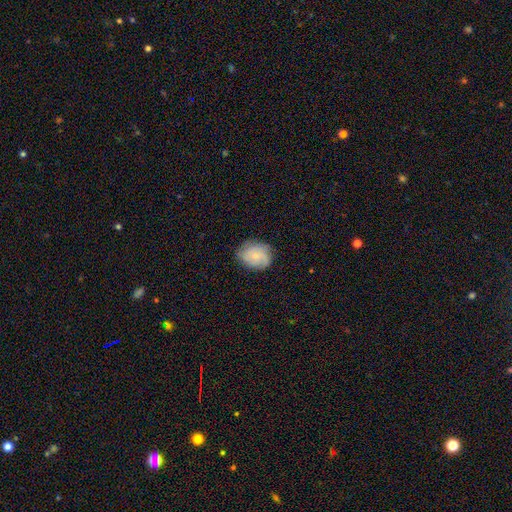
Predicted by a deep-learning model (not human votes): A smooth galaxy with no disk features (55%) that is round (55%). Merging: none (74%).